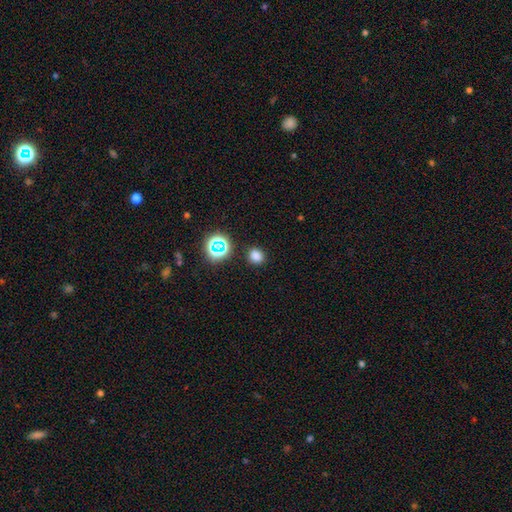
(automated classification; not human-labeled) Smooth or featured?
  - smooth: 76% *
  - star or artifact: 19%
  - featured or disk: 5%
How rounded?
  - round: 80% *
  - in between: 19%
  - cigar-shaped: 1%
Merging?
  - none: 88% *
  - minor disturbance: 7%
  - major disturbance: 3%
  - merger: 2%